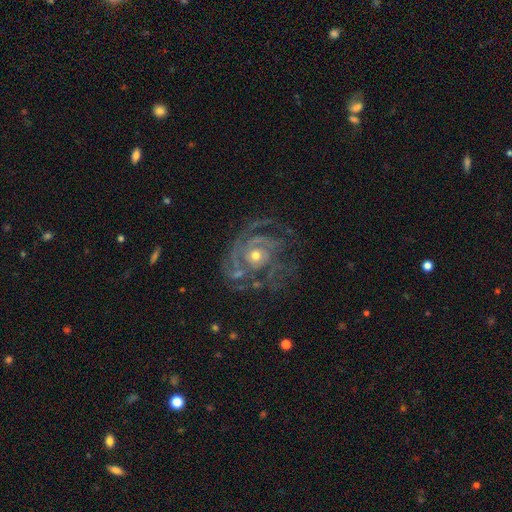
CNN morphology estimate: featured or disk 88%, star or artifact 6%, smooth 6%. Down the decision tree: edge-on disk — no (97%); bar — no (82%); spiral arms — yes (95%); spiral arm count — 3 (28%); spiral winding — tight (65%); bulge size — moderate (56%); merging — none (60%).